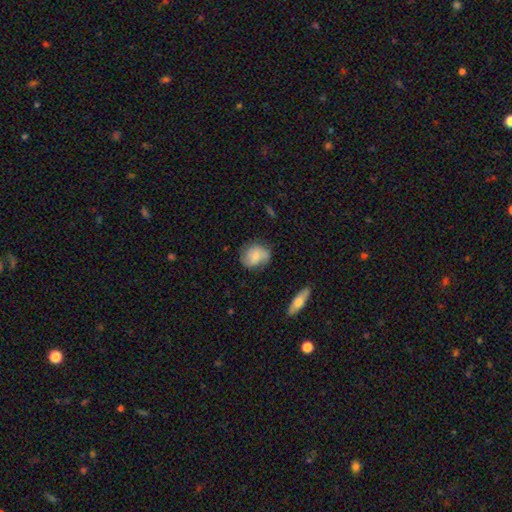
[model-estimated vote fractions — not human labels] This is possibly a smooth galaxy (60%). How rounded: likely round (61%). Merging: likely none (66%).